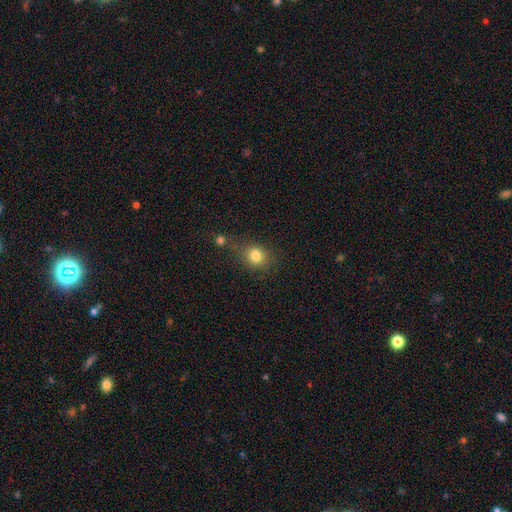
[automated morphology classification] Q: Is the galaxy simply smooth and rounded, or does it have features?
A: smooth — 81%.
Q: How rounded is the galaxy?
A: round — 69%.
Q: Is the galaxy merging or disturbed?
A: none — 60%.